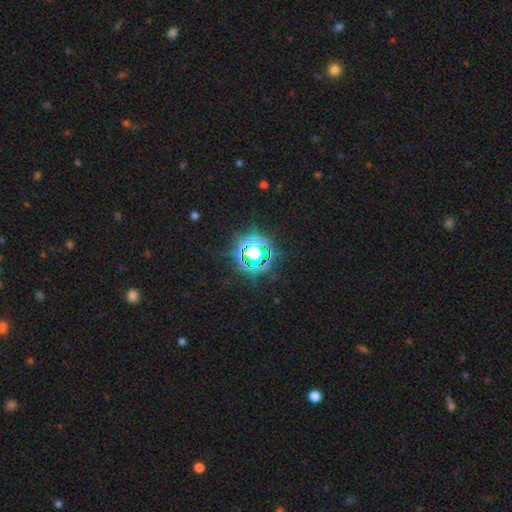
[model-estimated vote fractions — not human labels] A star or artifact, not a galaxy (72%).

Vote fractions:
- Smooth or featured? star or artifact: 72% / smooth: 18% / featured or disk: 10%